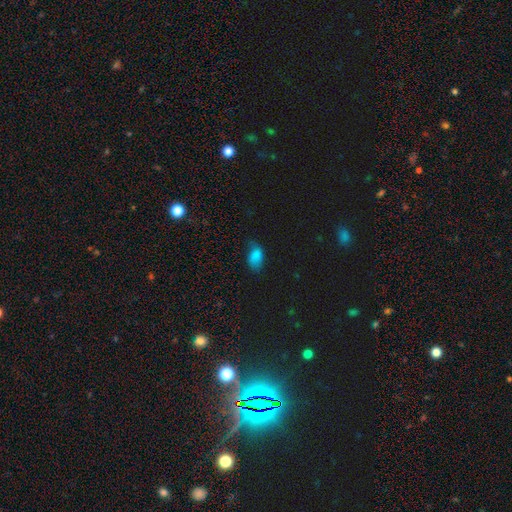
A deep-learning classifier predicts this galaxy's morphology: This is likely a smooth galaxy (75%). How rounded: clearly in between (91%). Merging: possibly none (47%).